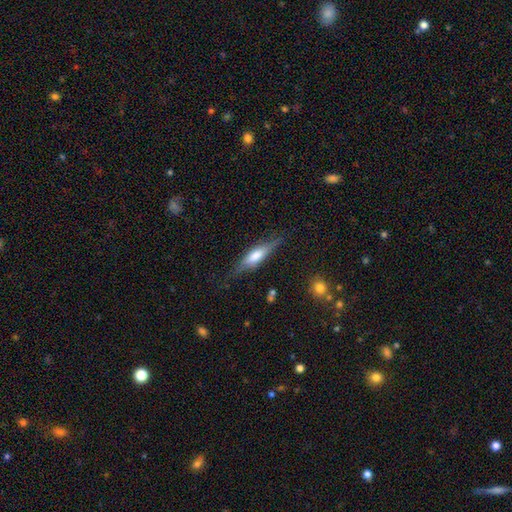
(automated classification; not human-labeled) Smooth or featured? featured or disk (50%)
Edge-on disk? yes (88%)
Merging? none (75%)